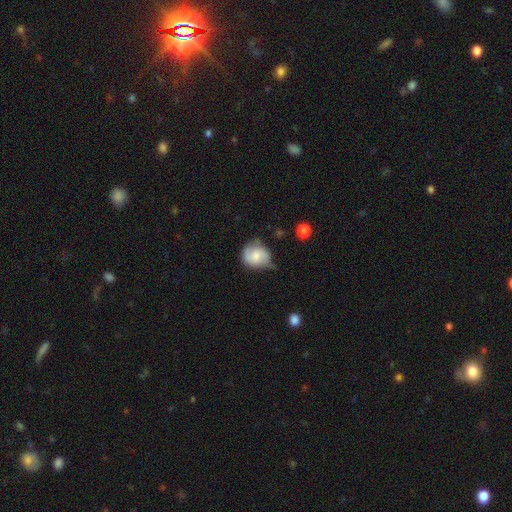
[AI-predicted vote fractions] Q: Smooth or featured?
A: smooth (52%); runner-up: featured or disk (40%)
Q: How rounded?
A: round (72%); runner-up: in between (27%)
Q: Merging?
A: none (48%); runner-up: minor disturbance (37%)